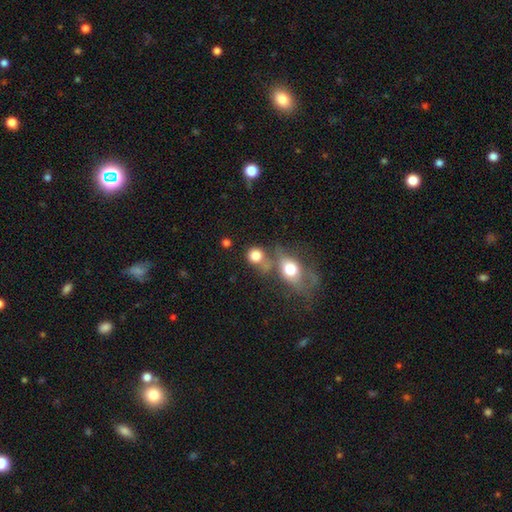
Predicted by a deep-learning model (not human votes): smooth-or-featured: smooth: 78% | star or artifact: 11% | featured or disk: 11%
  how-rounded: round: 79% | in between: 20% | cigar-shaped: 2%
  merging: none: 45% | merger: 36% | minor disturbance: 11% | major disturbance: 8%